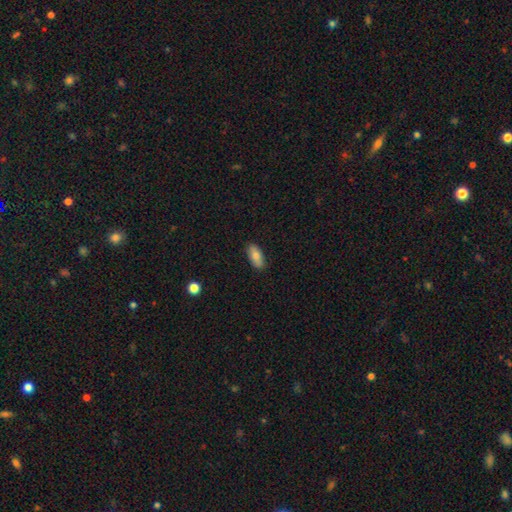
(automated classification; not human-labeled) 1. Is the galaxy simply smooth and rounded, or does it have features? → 78% smooth, 16% featured or disk, 7% star or artifact.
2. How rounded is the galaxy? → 88% in between, 9% cigar-shaped, 3% round.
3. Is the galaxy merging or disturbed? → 87% none, 10% minor disturbance, 2% major disturbance, 1% merger.